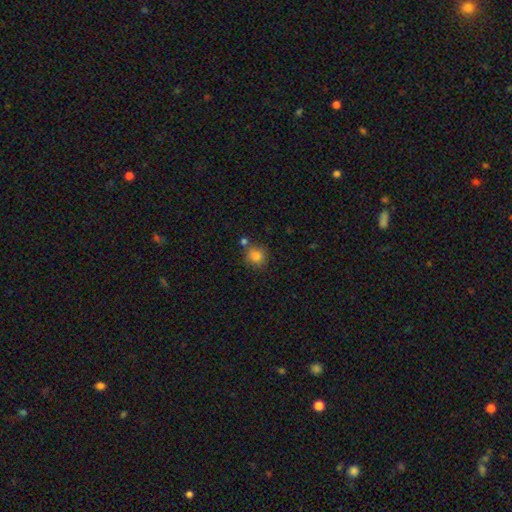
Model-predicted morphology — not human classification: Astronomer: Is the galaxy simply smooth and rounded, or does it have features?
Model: smooth — 83%.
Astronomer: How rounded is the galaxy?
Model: round — 83%.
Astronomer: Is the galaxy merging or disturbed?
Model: none — 69%.